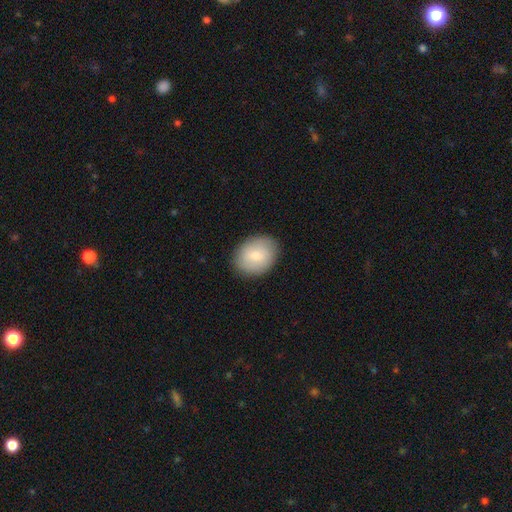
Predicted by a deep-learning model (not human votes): The model was most divided on "how rounded": in between: 54%, round: 46%, cigar-shaped: 1%. More confident: merging — none (87%); smooth or featured — smooth (73%).